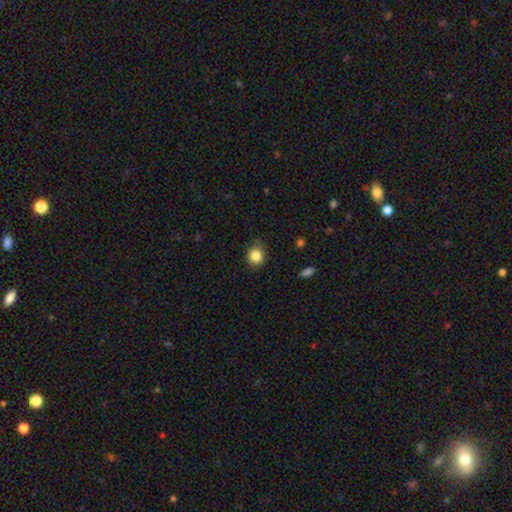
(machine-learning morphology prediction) Q: Smooth or featured?
A: smooth (84%); runner-up: star or artifact (11%)
Q: How rounded?
A: round (77%); runner-up: in between (22%)
Q: Merging?
A: none (74%); runner-up: minor disturbance (21%)